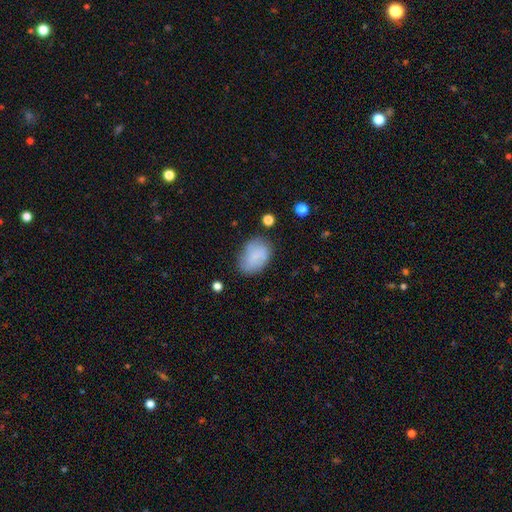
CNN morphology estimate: smooth 72%, featured or disk 20%, star or artifact 8%. Down the decision tree: how rounded — in between (84%); merging — none (66%).